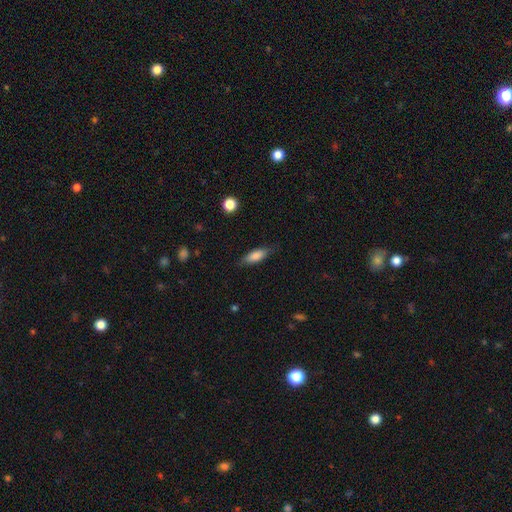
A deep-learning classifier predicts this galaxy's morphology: Smooth or featured? Predicted: smooth (p=0.78). How rounded? Predicted: in between (p=0.59). Merging? Predicted: none (p=0.80).